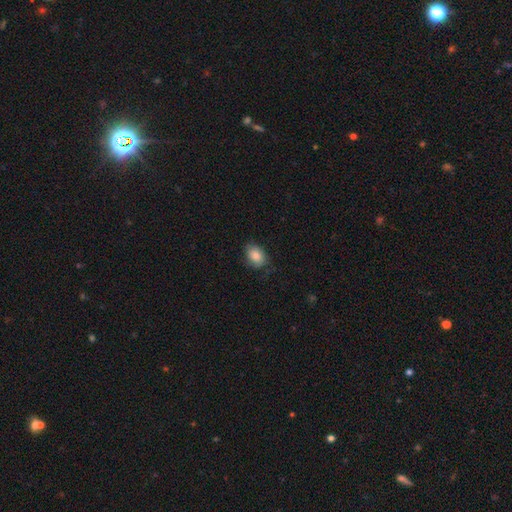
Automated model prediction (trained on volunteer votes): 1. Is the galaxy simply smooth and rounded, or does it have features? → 84% smooth, 9% featured or disk, 7% star or artifact.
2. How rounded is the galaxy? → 76% in between, 23% round, 1% cigar-shaped.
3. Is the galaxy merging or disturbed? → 68% none, 25% minor disturbance, 6% major disturbance, 1% merger.